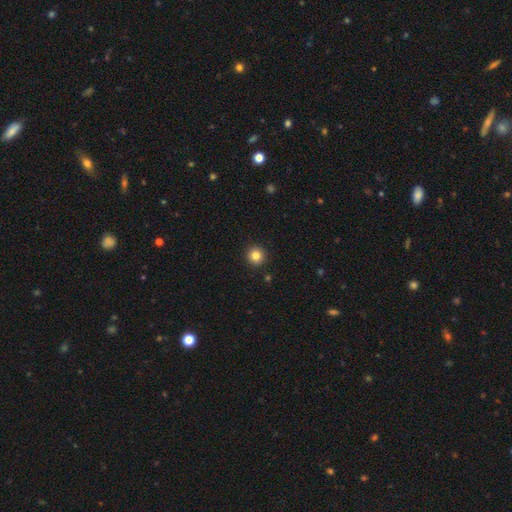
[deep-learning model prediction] This is clearly a smooth galaxy (83%). How rounded: clearly round (95%). Merging: clearly none (93%).